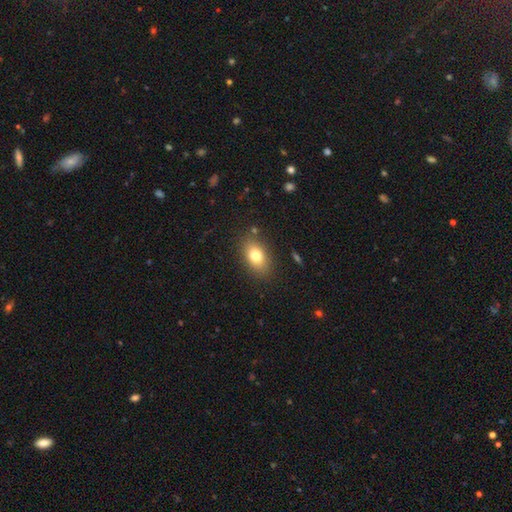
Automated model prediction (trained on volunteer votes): A smooth galaxy with no disk features (77%) that is in between round and cigar-shaped (83%). Merging: none (84%).